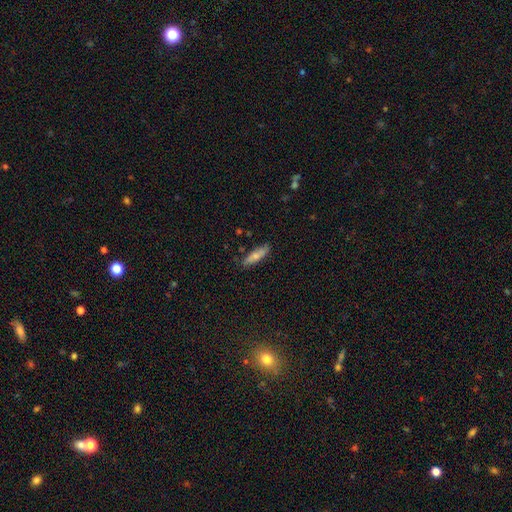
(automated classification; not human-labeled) smooth 71%, featured or disk 23%, star or artifact 6%. Down the decision tree: how rounded — cigar-shaped (57%); merging — none (81%).